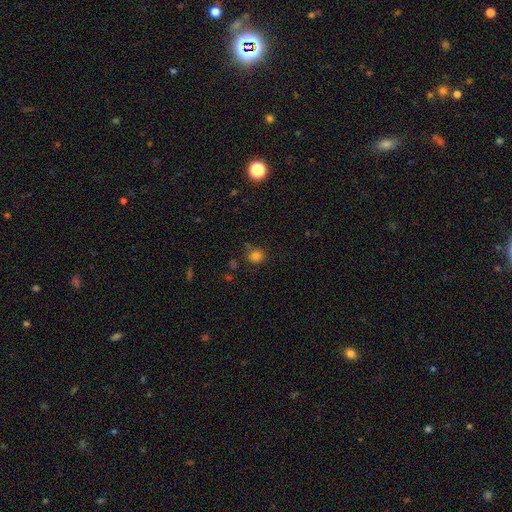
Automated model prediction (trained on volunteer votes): Overall: smooth (80%). How rounded: round (80%). Merging: none (77%).